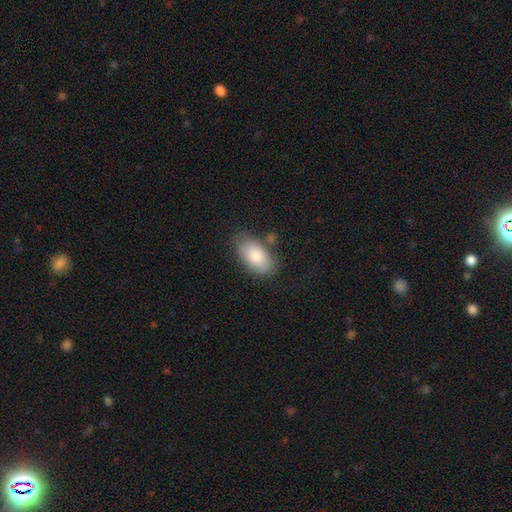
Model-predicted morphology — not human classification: smooth 80%, featured or disk 13%, star or artifact 6%. Down the decision tree: how rounded — in between (94%); merging — none (74%).